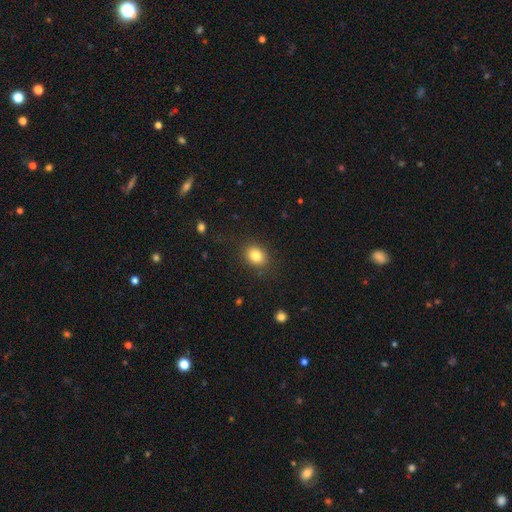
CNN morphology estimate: smooth 82%, star or artifact 10%, featured or disk 7%. Down the decision tree: how rounded — round (51%); merging — none (86%).